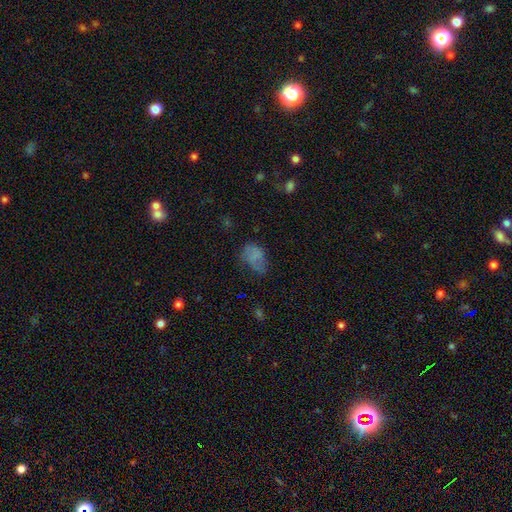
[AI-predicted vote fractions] The model was most divided on "merging": none: 41%, minor disturbance: 30%, major disturbance: 25%, merger: 3%. More confident: how rounded — in between (82%); smooth or featured — smooth (65%).